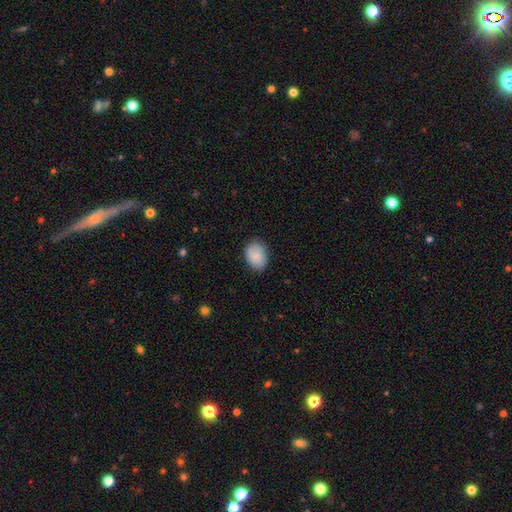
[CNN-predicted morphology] Smooth or featured?
  - smooth: 83% *
  - featured or disk: 10%
  - star or artifact: 7%
How rounded?
  - in between: 71% *
  - round: 28%
  - cigar-shaped: 1%
Merging?
  - none: 83% *
  - minor disturbance: 14%
  - major disturbance: 3%
  - merger: 1%